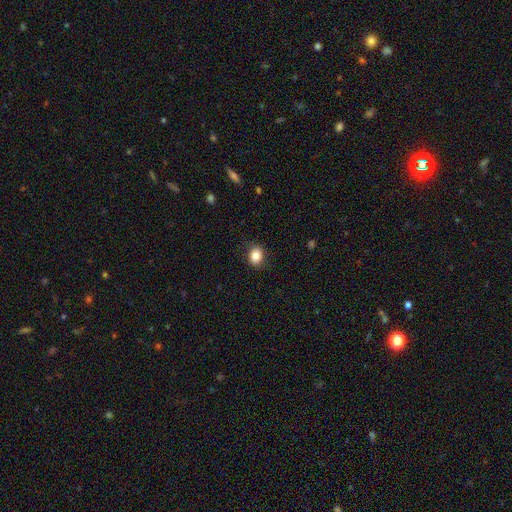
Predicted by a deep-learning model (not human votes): The model was most divided on "how rounded": round: 51%, in between: 48%, cigar-shaped: 1%. More confident: merging — none (86%); smooth or featured — smooth (85%).